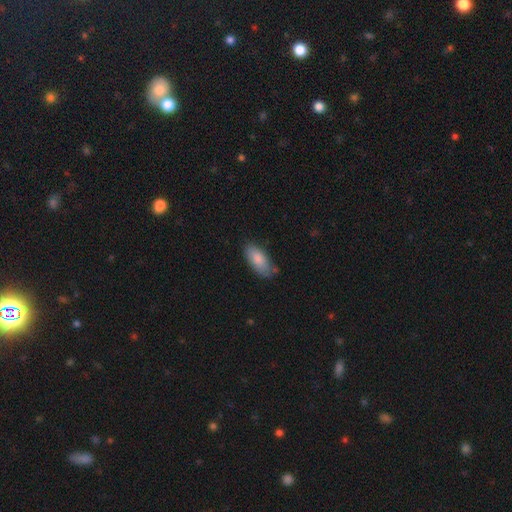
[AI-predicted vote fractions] Smooth or featured? smooth (79%)
How rounded? in between (85%)
Merging? none (70%)